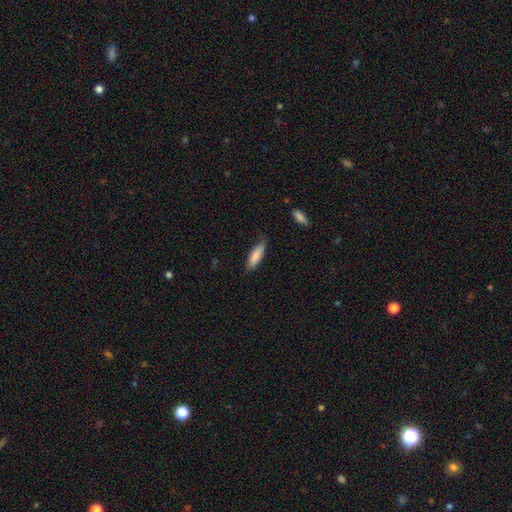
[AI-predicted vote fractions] A smooth galaxy with no disk features (85%) that is cigar-shaped (55%). Merging: none (77%).